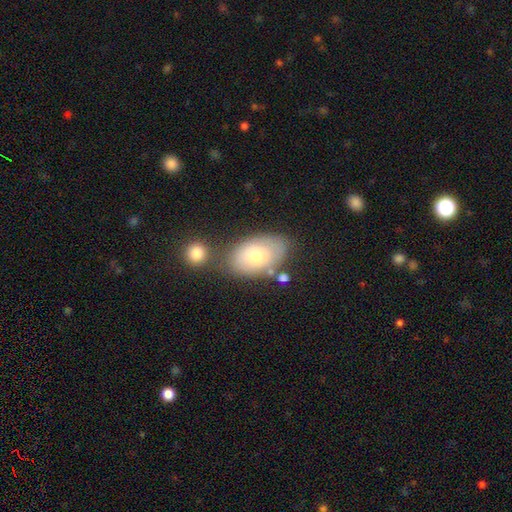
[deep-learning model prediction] Smooth or featured? smooth (75%)
How rounded? in between (87%)
Merging? none (61%)